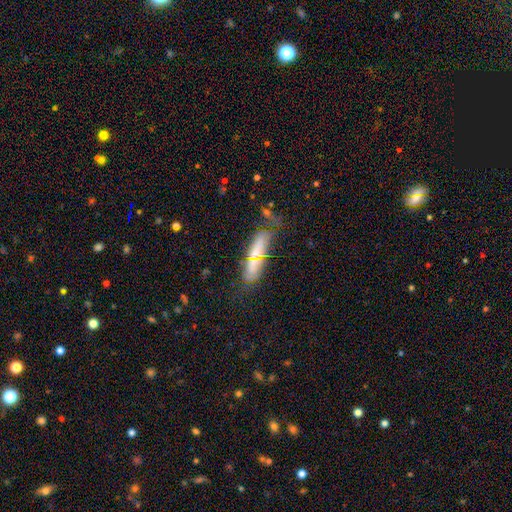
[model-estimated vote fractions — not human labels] Smooth or featured?
  - smooth: 45% *
  - featured or disk: 44%
  - star or artifact: 11%
Merging?
  - none: 56% *
  - minor disturbance: 23%
  - major disturbance: 11%
  - merger: 11%